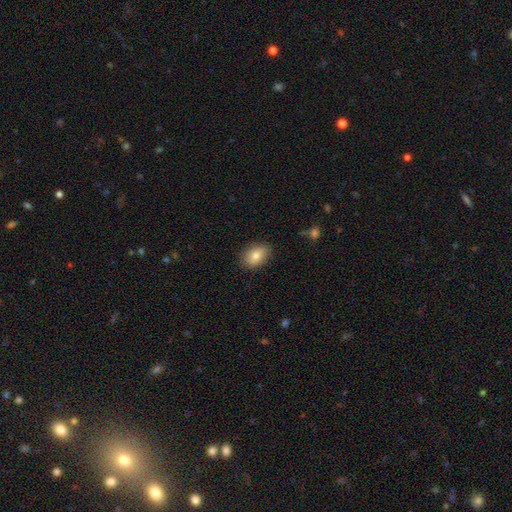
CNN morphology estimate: Q: Smooth or featured?
A: smooth (80%); runner-up: featured or disk (12%)
Q: How rounded?
A: in between (77%); runner-up: round (21%)
Q: Merging?
A: none (84%); runner-up: minor disturbance (12%)